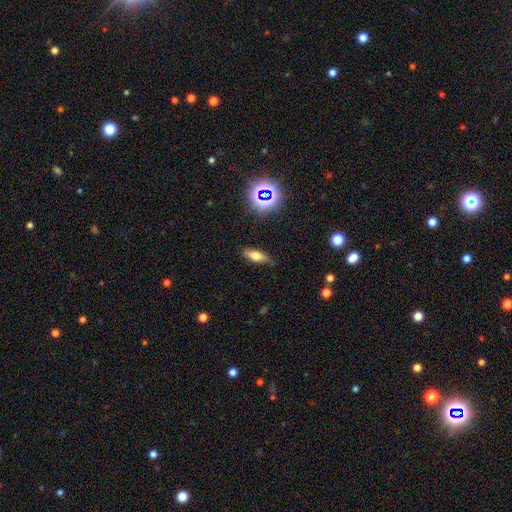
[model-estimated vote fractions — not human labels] Morphology: type=smooth (65%); roundness=in between (63%); merging=none (82%).